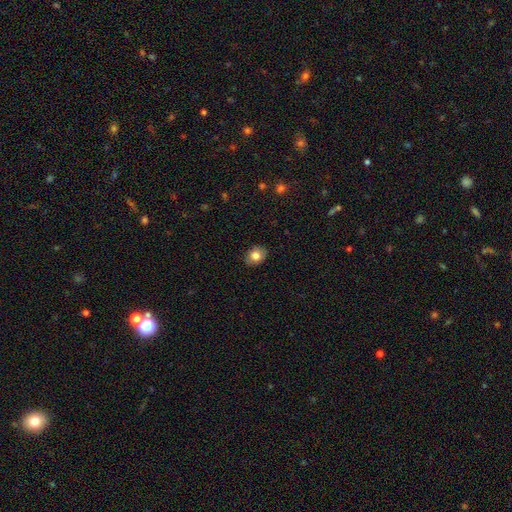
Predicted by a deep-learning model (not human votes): Smooth or featured: smooth — 80% (featured or disk — 11%)
How rounded: in between — 55% (round — 44%)
Merging: none — 87% (minor disturbance — 10%)